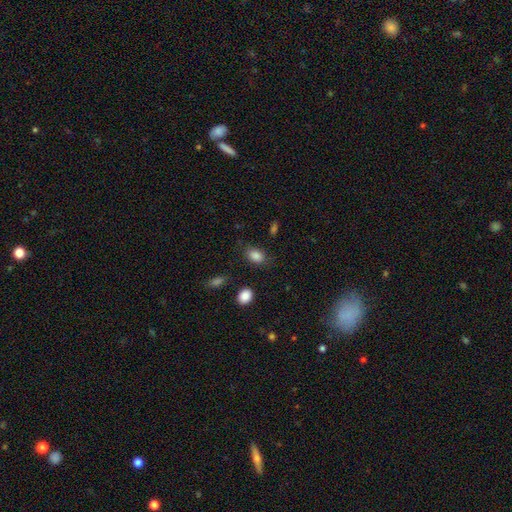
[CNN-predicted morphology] Smooth or featured?
  - smooth: 86% *
  - star or artifact: 9%
  - featured or disk: 5%
How rounded?
  - in between: 78% *
  - round: 21%
  - cigar-shaped: 1%
Merging?
  - none: 76% *
  - minor disturbance: 16%
  - major disturbance: 5%
  - merger: 3%